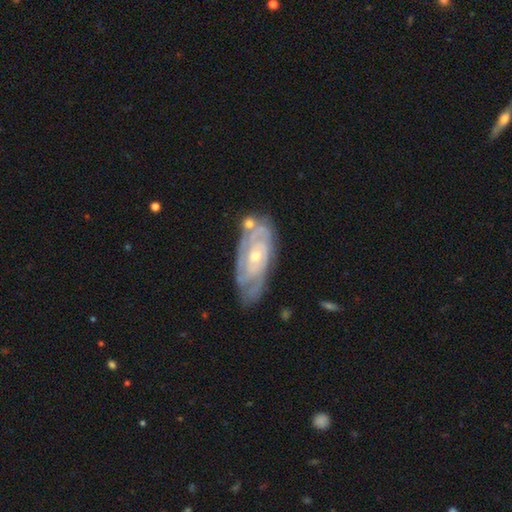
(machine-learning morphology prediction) smooth-or-featured: featured or disk: 85% | smooth: 10% | star or artifact: 5%
  disk-edge-on: no: 92% | yes: 8%
    bar: no: 70% | weak: 24% | strong: 6%
    has-spiral-arms: yes: 94% | no: 6%
      spiral-winding: tight: 73% | medium: 22% | loose: 5%
      spiral-arm-count: can't tell: 36% | 2: 27% | 3: 20% | 4: 10% | 1: 4% | more than 4: 4%
    bulge-size: small: 53% | moderate: 44% | large: 1% | none: 1% | dominant: 1%
  merging: none: 68% | minor disturbance: 21% | major disturbance: 6% | merger: 6%